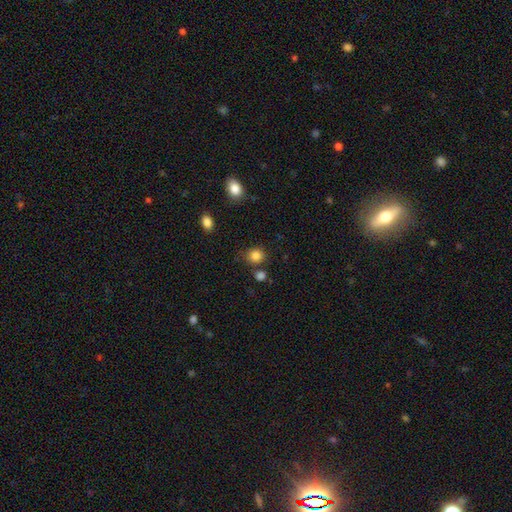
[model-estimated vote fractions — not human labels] Smooth or featured? smooth (85%)
How rounded? round (79%)
Merging? none (76%)